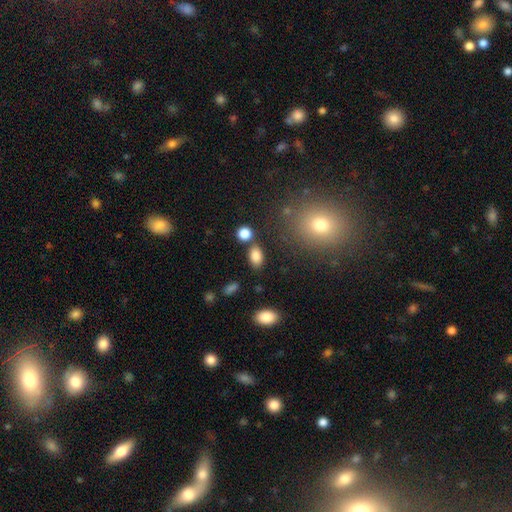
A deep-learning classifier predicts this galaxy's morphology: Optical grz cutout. It shows a smooth galaxy with no disk features (83%) that is in between round and cigar-shaped (86%). Merging: none (75%).